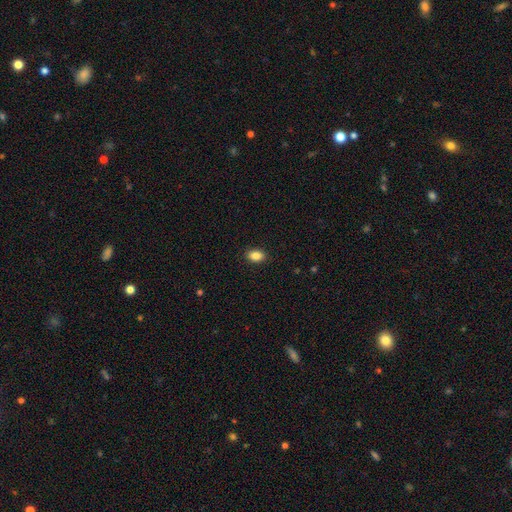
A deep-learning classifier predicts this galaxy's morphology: smooth_or_featured: smooth (p=0.87) [alt: star or artifact p=0.08]
how_rounded: in between (p=0.85) [alt: round p=0.14]
merging: none (p=0.90) [alt: minor disturbance p=0.08]